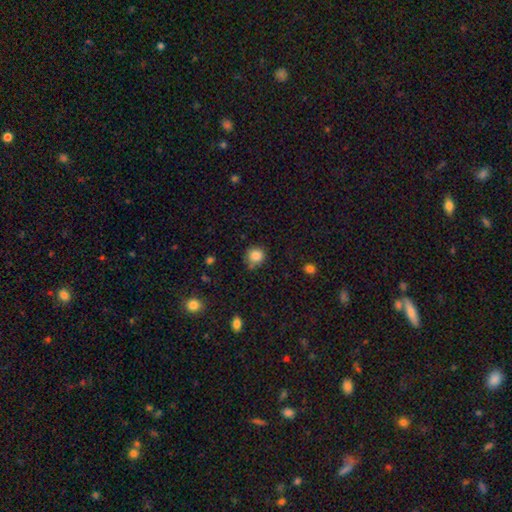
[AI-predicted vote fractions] The model was most divided on "merging": none: 73%, minor disturbance: 18%, merger: 5%, major disturbance: 4%. More confident: how rounded — round (89%); smooth or featured — smooth (84%).